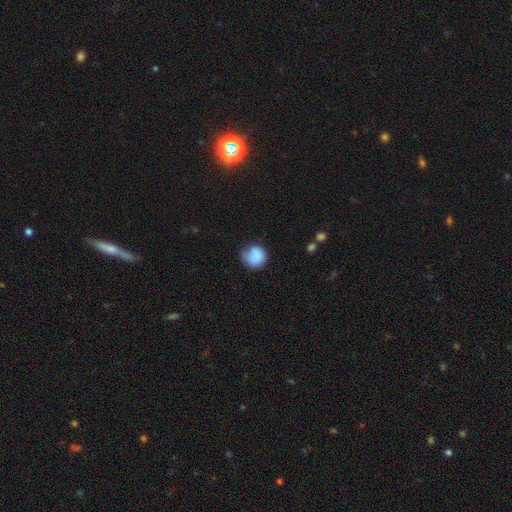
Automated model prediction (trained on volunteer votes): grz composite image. It shows a smooth galaxy with no disk features (81%) that is round (82%). Merging: none (49%).